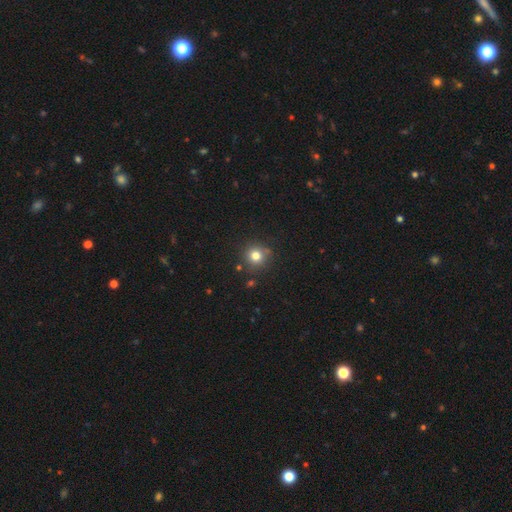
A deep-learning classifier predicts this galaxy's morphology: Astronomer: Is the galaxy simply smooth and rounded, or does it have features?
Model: smooth — 78%.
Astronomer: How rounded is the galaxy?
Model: round — 93%.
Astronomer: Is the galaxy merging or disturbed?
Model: none — 84%.